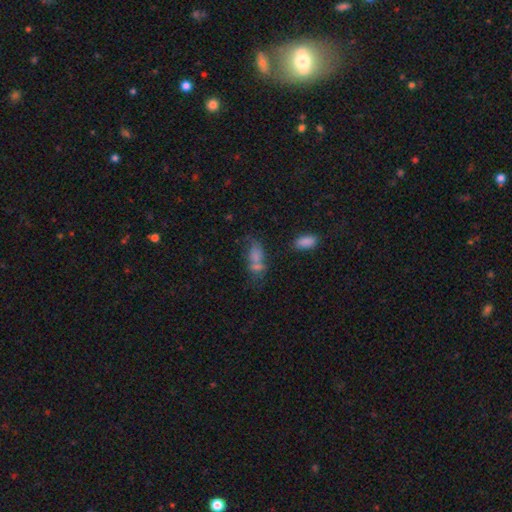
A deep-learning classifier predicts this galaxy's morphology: Smooth or featured?
  - smooth: 57% *
  - featured or disk: 21%
  - star or artifact: 21%
How rounded?
  - in between: 75% *
  - round: 13%
  - cigar-shaped: 12%
Merging?
  - none: 36% *
  - merger: 35%
  - minor disturbance: 16%
  - major disturbance: 13%